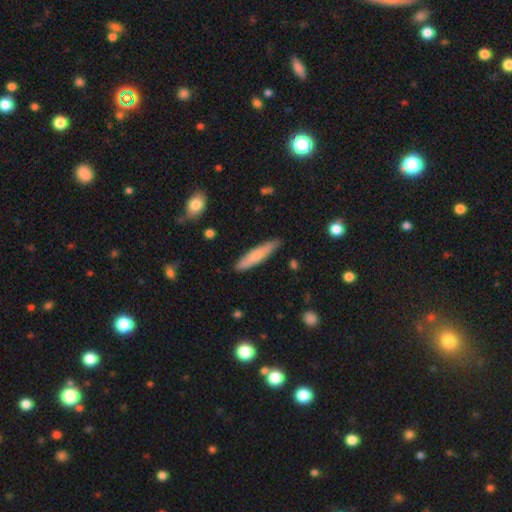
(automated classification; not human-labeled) Smooth or featured: smooth — 65% (featured or disk — 29%)
How rounded: cigar-shaped — 86% (in between — 12%)
Merging: none — 85% (minor disturbance — 11%)